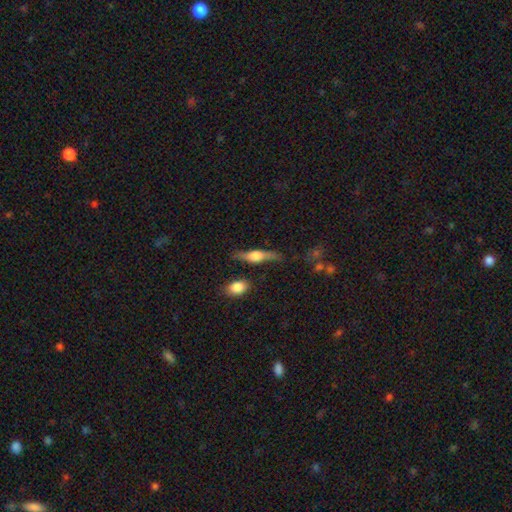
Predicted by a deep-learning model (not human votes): A featured or disk galaxy (63%) viewed edge-on (93%) with a rounded central bulge (89%).

Vote fractions:
- Smooth or featured? featured or disk: 63% / smooth: 31% / star or artifact: 6%
- Edge-on disk? yes: 93% / no: 7%
- Edge-on bulge? rounded: 89% / boxy: 8% / none: 3%
- Merging? none: 76% / minor disturbance: 15% / major disturbance: 5% / merger: 4%